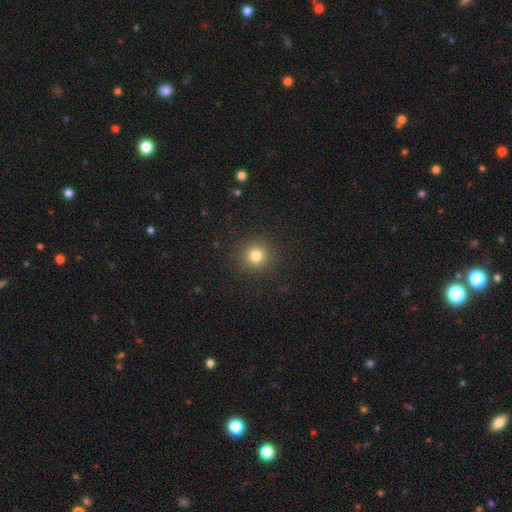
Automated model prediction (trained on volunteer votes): Smooth or featured: smooth — 80% (star or artifact — 14%)
How rounded: round — 93% (in between — 6%)
Merging: none — 91% (minor disturbance — 6%)